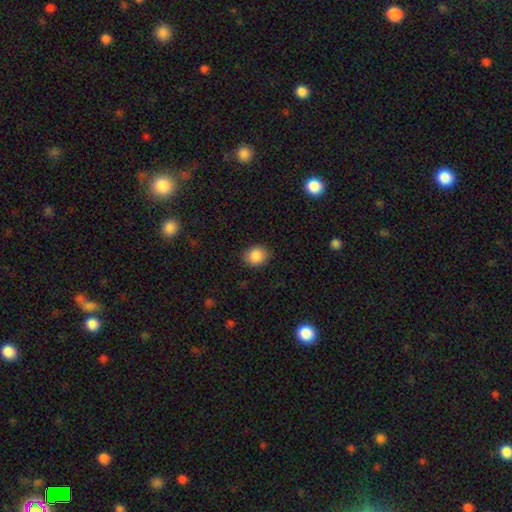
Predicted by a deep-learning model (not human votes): smooth_or_featured: smooth (p=0.88) [alt: star or artifact p=0.09]
how_rounded: round (p=0.65) [alt: in between p=0.34]
merging: none (p=0.87) [alt: minor disturbance p=0.10]